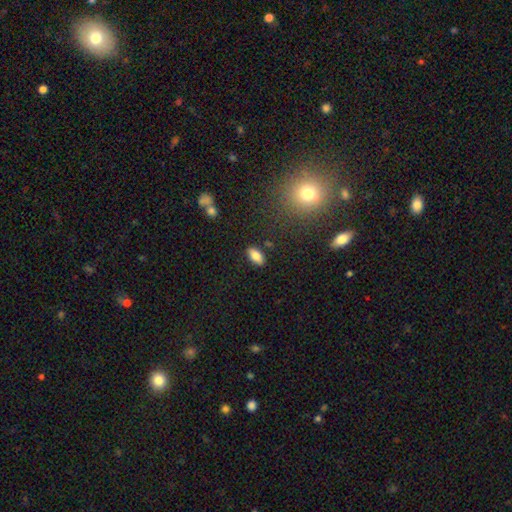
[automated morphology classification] Smooth or featured? Predicted: smooth (p=0.83). How rounded? Predicted: in between (p=0.91). Merging? Predicted: none (p=0.86).